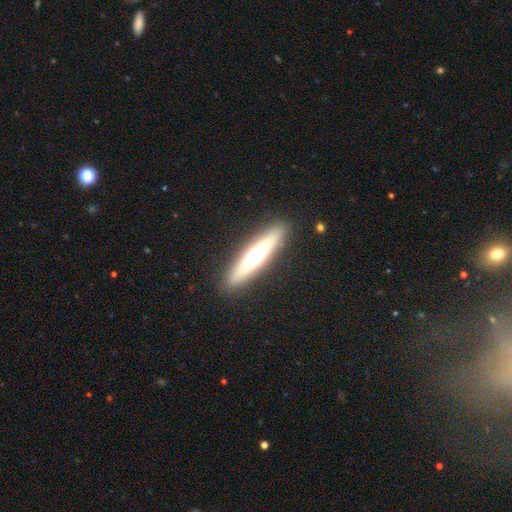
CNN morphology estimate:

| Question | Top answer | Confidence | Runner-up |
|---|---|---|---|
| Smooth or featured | featured or disk | 51% | smooth (41%) |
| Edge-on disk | yes | 89% | no (11%) |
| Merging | none | 89% | minor disturbance (8%) |